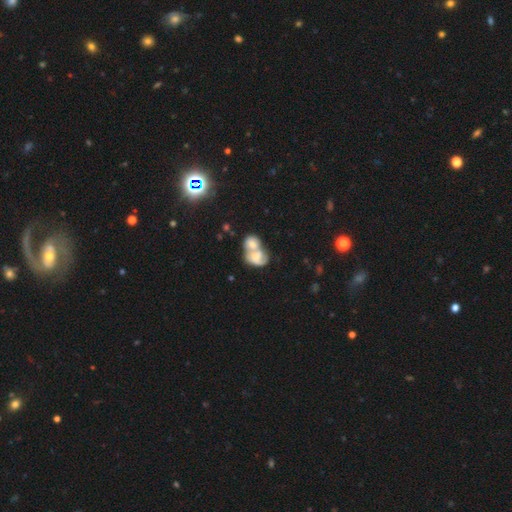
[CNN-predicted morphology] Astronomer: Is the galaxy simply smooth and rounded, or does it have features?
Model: smooth — 48% (runner-up: featured or disk, 43%).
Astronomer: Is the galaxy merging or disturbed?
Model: merger — 78%.